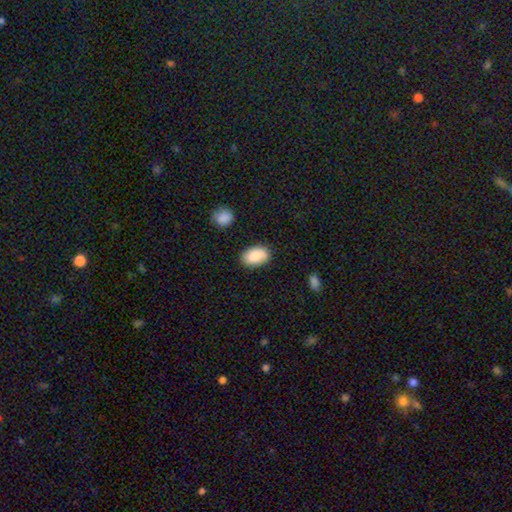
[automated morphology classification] A smooth galaxy with no disk features (87%) that is in between round and cigar-shaped (91%).

Vote fractions:
- Smooth or featured? smooth: 87% / star or artifact: 7% / featured or disk: 6%
- How rounded? in between: 91% / round: 8% / cigar-shaped: 1%
- Merging? none: 84% / minor disturbance: 11% / major disturbance: 3% / merger: 2%